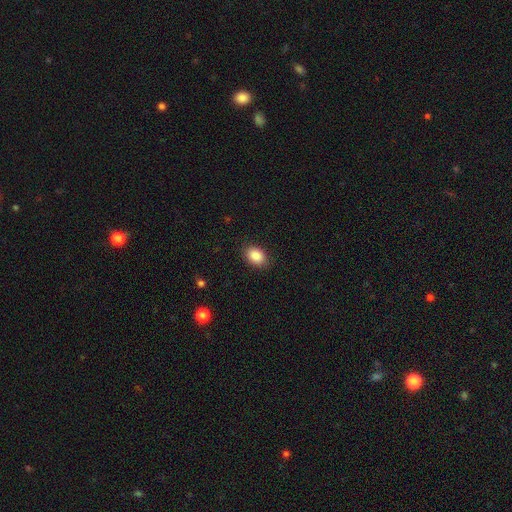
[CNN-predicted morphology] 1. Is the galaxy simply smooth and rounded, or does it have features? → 88% smooth, 8% star or artifact, 4% featured or disk.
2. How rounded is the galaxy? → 79% in between, 20% round, 1% cigar-shaped.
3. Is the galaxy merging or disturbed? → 86% none, 10% minor disturbance, 3% major disturbance, 1% merger.